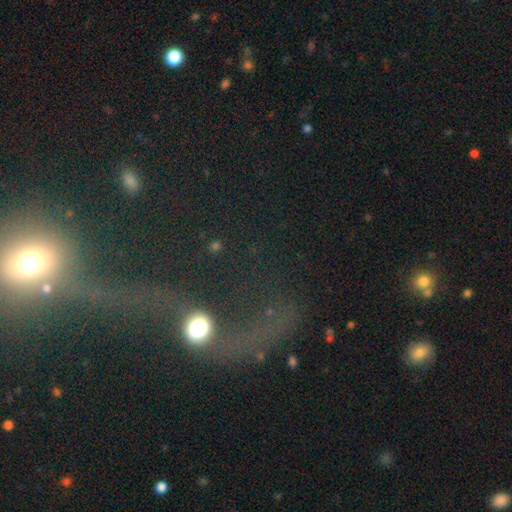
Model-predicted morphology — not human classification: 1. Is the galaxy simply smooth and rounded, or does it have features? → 40% featured or disk, 31% smooth, 28% star or artifact.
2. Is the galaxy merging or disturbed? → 36% major disturbance, 28% none, 26% merger, 11% minor disturbance.